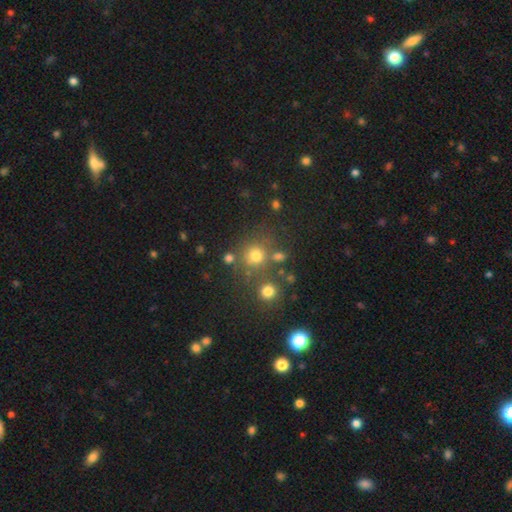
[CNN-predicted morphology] smooth_or_featured: smooth (p=0.71) [alt: star or artifact p=0.20]
how_rounded: round (p=0.88) [alt: in between p=0.11]
merging: none (p=0.67) [alt: merger p=0.17]